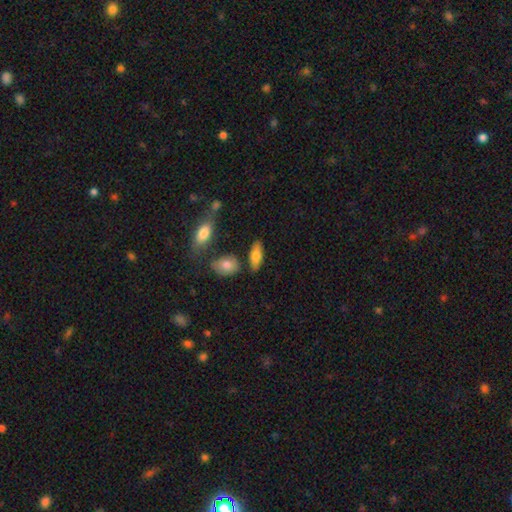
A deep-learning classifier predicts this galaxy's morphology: This appears to be a smooth galaxy with no disk features (74%) that is in between round and cigar-shaped (75%). Merging: none (77%).